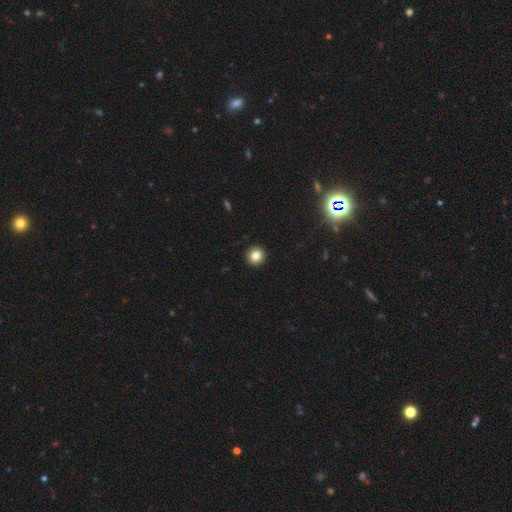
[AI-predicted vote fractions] Smooth or featured? Predicted: smooth (p=0.82). How rounded? Predicted: round (p=0.95). Merging? Predicted: none (p=0.94).